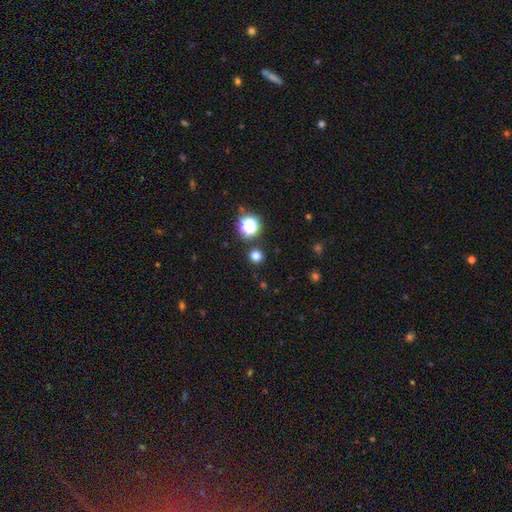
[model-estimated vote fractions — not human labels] This is likely a smooth galaxy (77%). How rounded: clearly round (94%). Merging: clearly none (90%).